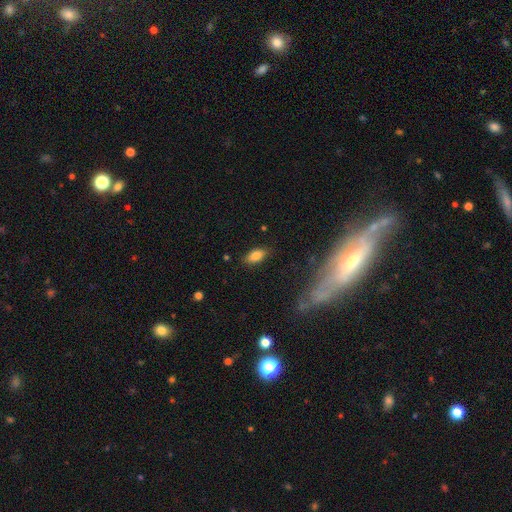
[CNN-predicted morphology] Smooth or featured? Predicted: smooth (p=0.81). How rounded? Predicted: in between (p=0.88). Merging? Predicted: none (p=0.83).